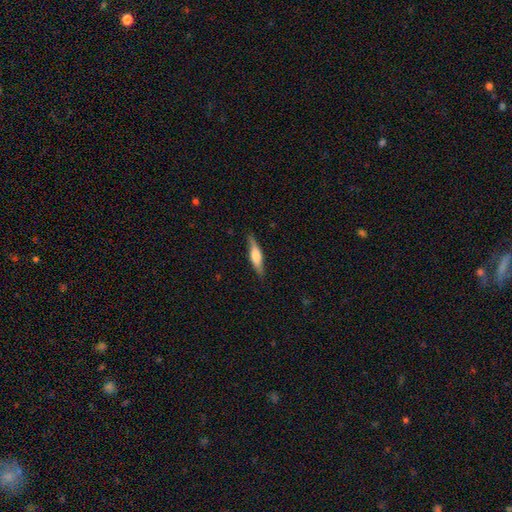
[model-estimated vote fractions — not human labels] smooth-or-featured: smooth: 49% | featured or disk: 45% | star or artifact: 6%
  merging: none: 82% | minor disturbance: 15% | major disturbance: 3% | merger: 1%